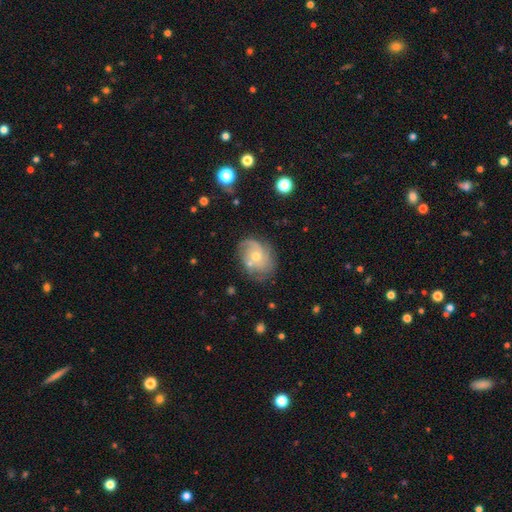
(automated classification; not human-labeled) This is likely a featured or disk galaxy (68%). It is clearly not viewed edge-on (96%). Bar: likely no (76%). Spiral arm pattern: clearly yes (86%). Spiral arm count: marginally can't tell (36%). Spiral winding: marginally tight (43%). Central bulge: possibly moderate (48%). Merging: likely none (65%).